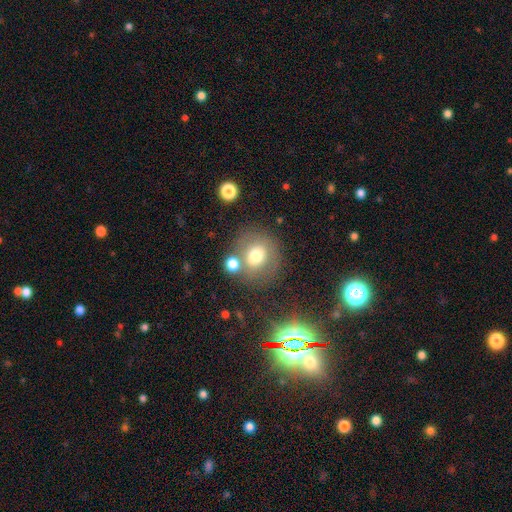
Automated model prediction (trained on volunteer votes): Smooth or featured? smooth (68%)
How rounded? round (84%)
Merging? none (63%)